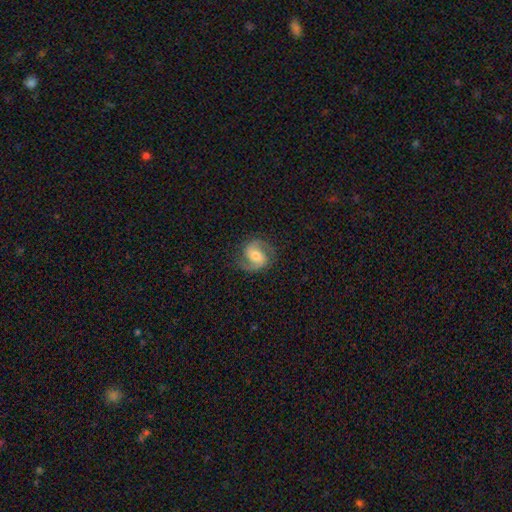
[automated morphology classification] This is clearly a featured or disk galaxy (81%). It is clearly not viewed edge-on (98%). Bar: possibly weak (45%). Spiral arm pattern: clearly yes (96%). Spiral arm count: clearly 2 (92%). Spiral winding: possibly medium (54%). Central bulge: likely moderate (63%). Merging: clearly none (80%).